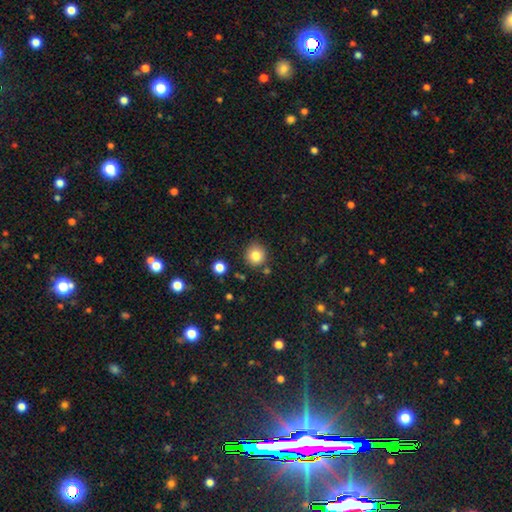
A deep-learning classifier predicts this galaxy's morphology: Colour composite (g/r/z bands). It shows a smooth galaxy with no disk features (82%) that is round (91%). Merging: none (84%).